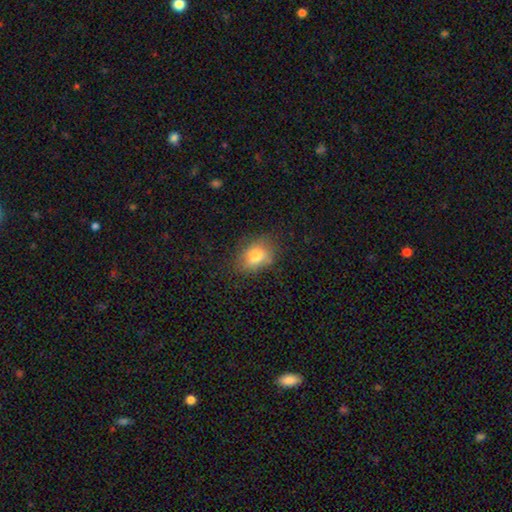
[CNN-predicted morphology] Smooth or featured: smooth — 76% (featured or disk — 13%)
How rounded: in between — 69% (round — 29%)
Merging: none — 70% (minor disturbance — 21%)